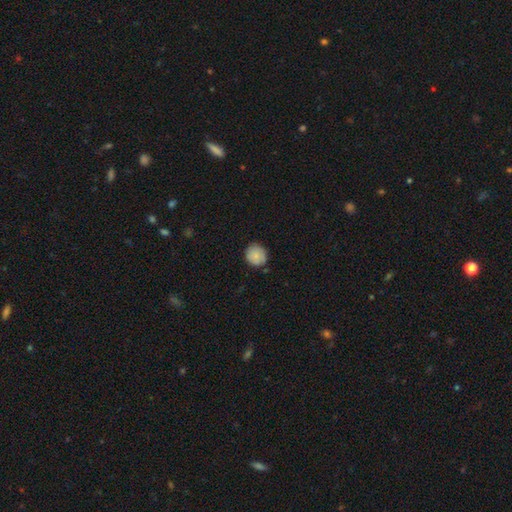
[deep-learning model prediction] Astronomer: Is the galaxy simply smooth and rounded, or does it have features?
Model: smooth — 81%.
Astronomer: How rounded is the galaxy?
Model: round — 85%.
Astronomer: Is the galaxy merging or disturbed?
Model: none — 77%.